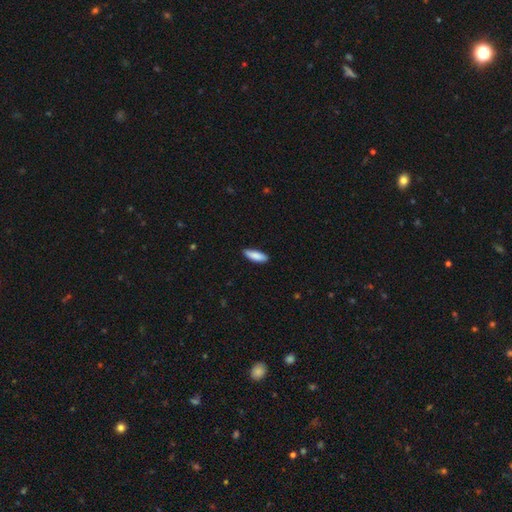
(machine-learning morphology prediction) smooth_or_featured: smooth (p=0.87) [alt: featured or disk p=0.07]
how_rounded: in between (p=0.54) [alt: cigar-shaped p=0.45]
merging: none (p=0.85) [alt: minor disturbance p=0.12]